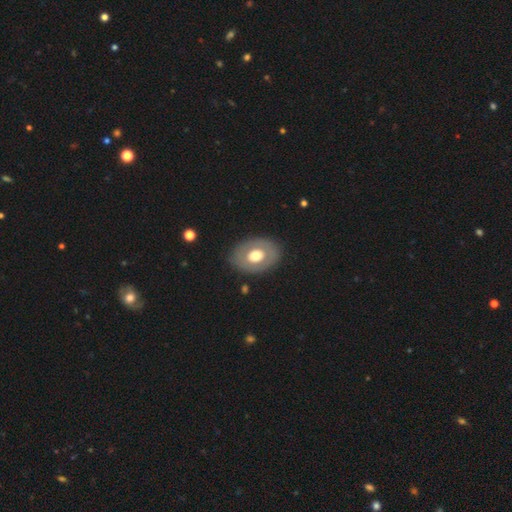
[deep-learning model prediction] This appears to be a smooth galaxy with no disk features (51%) that is in between round and cigar-shaped (70%). Merging: none (83%).